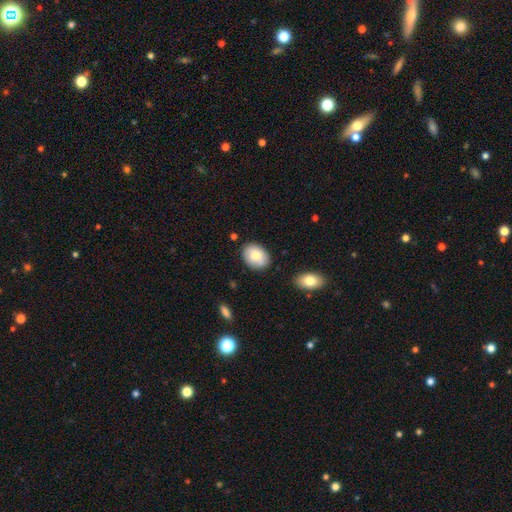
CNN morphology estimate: smooth 80%, featured or disk 13%, star or artifact 7%. Down the decision tree: how rounded — in between (76%); merging — none (80%).